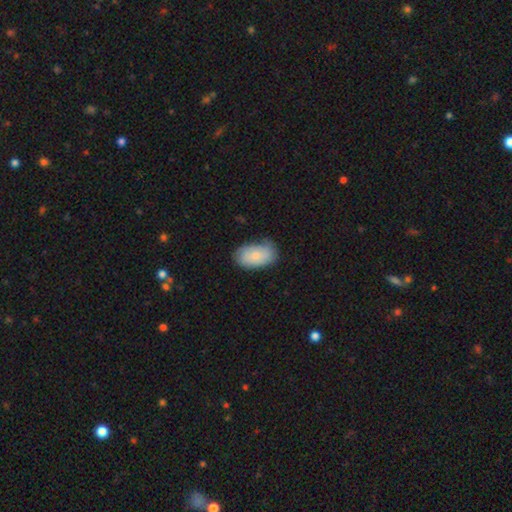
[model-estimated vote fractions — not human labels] A smooth galaxy with no disk features (77%) that is in between round and cigar-shaped (93%). Merging: none (69%).